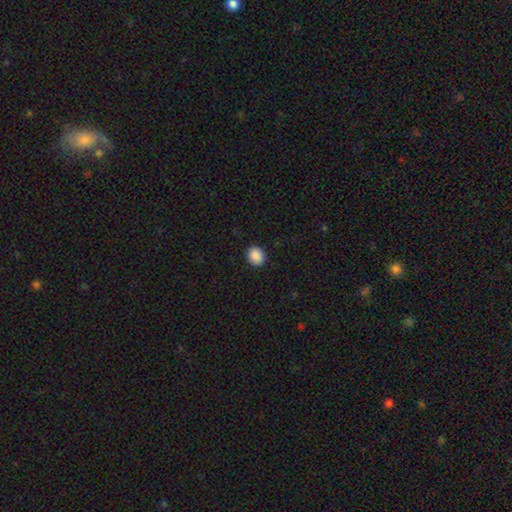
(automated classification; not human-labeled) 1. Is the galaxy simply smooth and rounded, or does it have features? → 89% smooth, 8% star or artifact, 2% featured or disk.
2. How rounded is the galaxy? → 61% round, 39% in between, 1% cigar-shaped.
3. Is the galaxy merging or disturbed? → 91% none, 6% minor disturbance, 2% major disturbance, 1% merger.